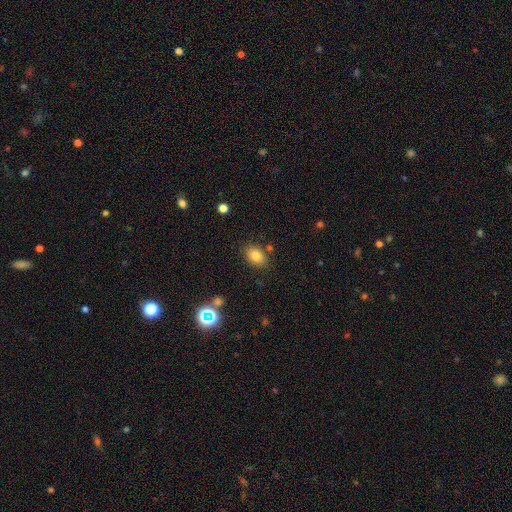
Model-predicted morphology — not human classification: This appears to be a smooth galaxy with no disk features (81%) that is in between round and cigar-shaped (73%). Merging: none (82%).